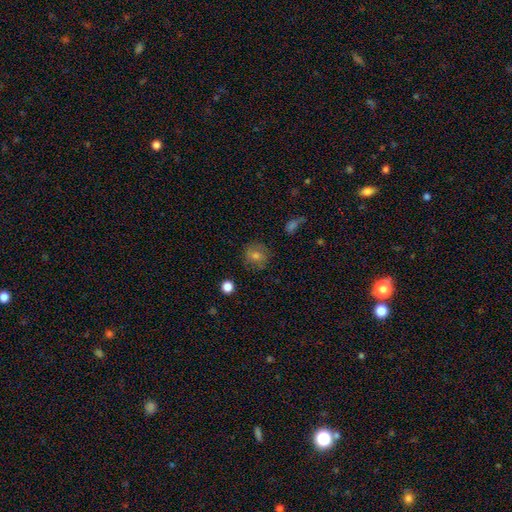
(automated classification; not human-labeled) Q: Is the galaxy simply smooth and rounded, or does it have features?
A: smooth — 64%.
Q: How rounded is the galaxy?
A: round — 88%.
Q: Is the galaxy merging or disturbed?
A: none — 83%.